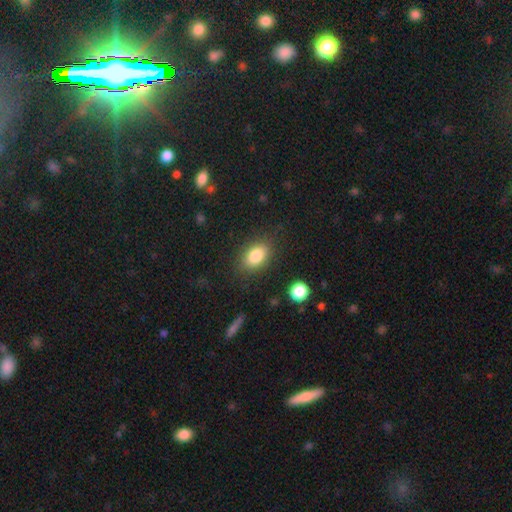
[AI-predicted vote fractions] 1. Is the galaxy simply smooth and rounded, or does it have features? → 83% smooth, 9% star or artifact, 8% featured or disk.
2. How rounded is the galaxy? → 85% in between, 13% round, 2% cigar-shaped.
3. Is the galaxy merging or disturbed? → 83% none, 12% minor disturbance, 4% major disturbance, 2% merger.